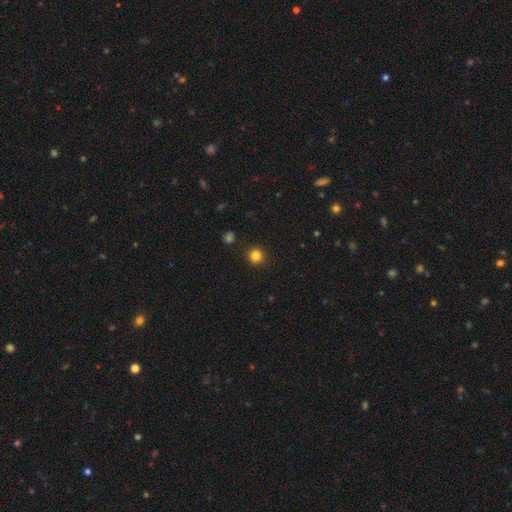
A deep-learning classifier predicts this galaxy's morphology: Q: Smooth or featured?
A: smooth (83%); runner-up: star or artifact (13%)
Q: How rounded?
A: round (94%); runner-up: in between (5%)
Q: Merging?
A: none (92%); runner-up: minor disturbance (5%)